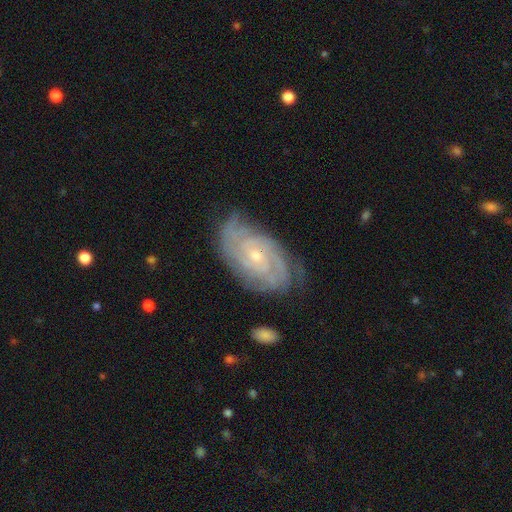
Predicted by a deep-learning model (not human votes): This is clearly a featured or disk galaxy (86%). It is clearly not viewed edge-on (96%). Bar: likely no (70%). Spiral arm pattern: clearly yes (97%). Spiral arm count: marginally can't tell (30%). Spiral winding: likely tight (73%). Central bulge: likely small (70%). Merging: likely none (74%).